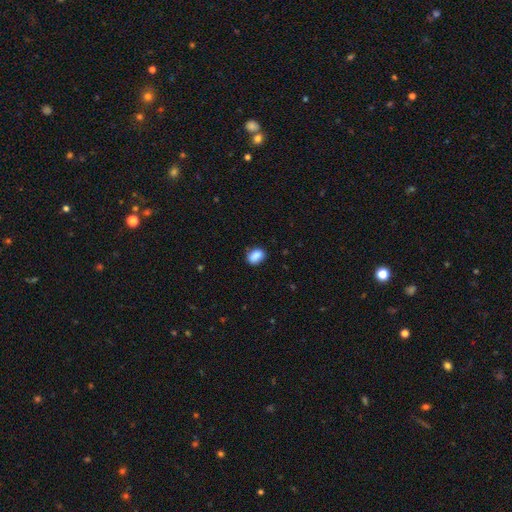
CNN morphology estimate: smooth-or-featured: smooth: 88% | star or artifact: 8% | featured or disk: 4%
  how-rounded: in between: 78% | round: 20% | cigar-shaped: 2%
  merging: none: 78% | minor disturbance: 17% | major disturbance: 3% | merger: 2%